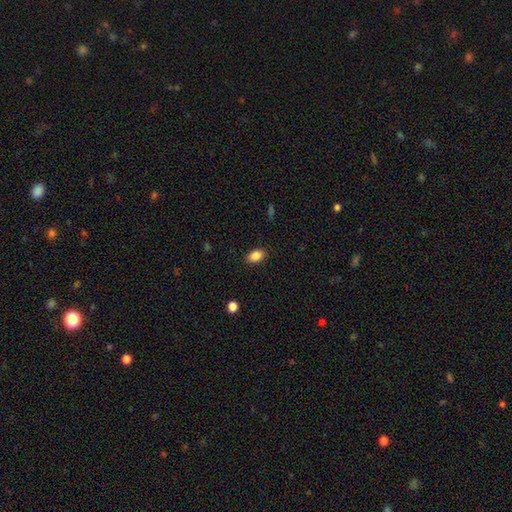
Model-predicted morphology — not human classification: Smooth or featured? Predicted: smooth (p=0.86). How rounded? Predicted: in between (p=0.84). Merging? Predicted: none (p=0.87).